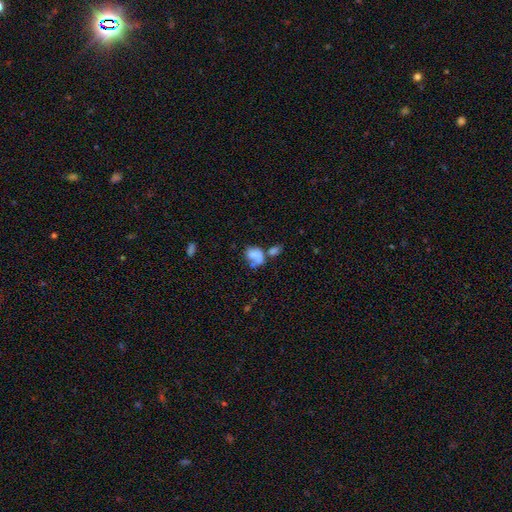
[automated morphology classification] Overall: smooth (67%). How rounded: in between (68%; round 31%). Merging: merger (51%; none 21%).